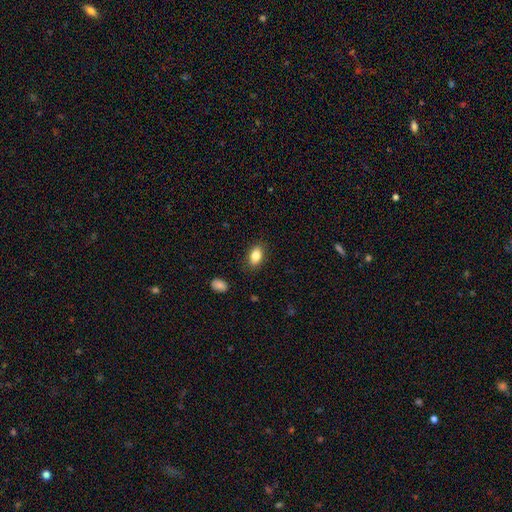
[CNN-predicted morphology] Smooth or featured?
  - smooth: 84% *
  - star or artifact: 8%
  - featured or disk: 8%
How rounded?
  - in between: 88% *
  - round: 10%
  - cigar-shaped: 2%
Merging?
  - none: 86% *
  - minor disturbance: 10%
  - major disturbance: 3%
  - merger: 1%